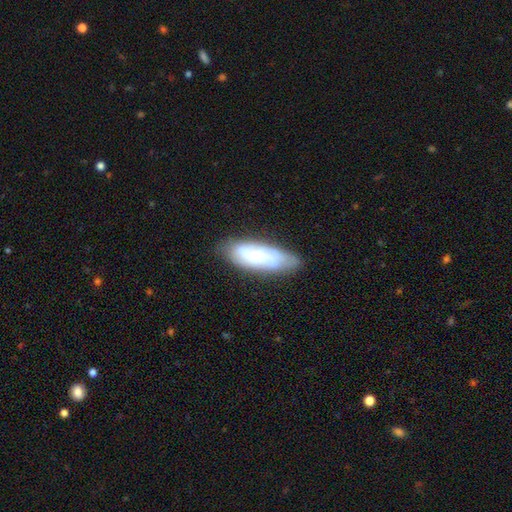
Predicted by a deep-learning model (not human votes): A featured or disk galaxy (52%). Merging: none (73%).